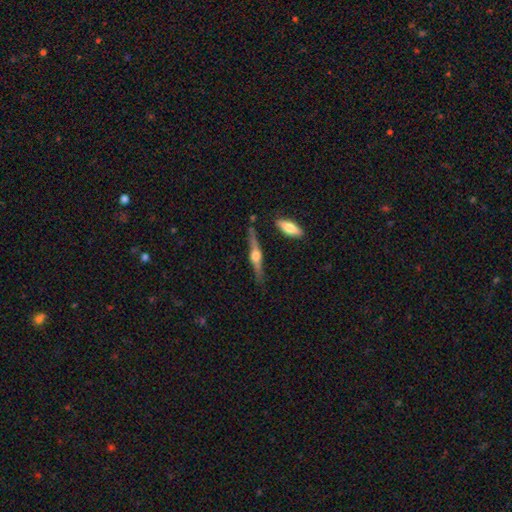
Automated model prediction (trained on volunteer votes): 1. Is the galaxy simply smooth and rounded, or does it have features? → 74% featured or disk, 20% smooth, 6% star or artifact.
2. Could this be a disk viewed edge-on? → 96% yes, 4% no.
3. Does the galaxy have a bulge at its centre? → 93% rounded, 5% boxy, 2% none.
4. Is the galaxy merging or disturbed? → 78% none, 14% minor disturbance, 5% merger, 3% major disturbance.